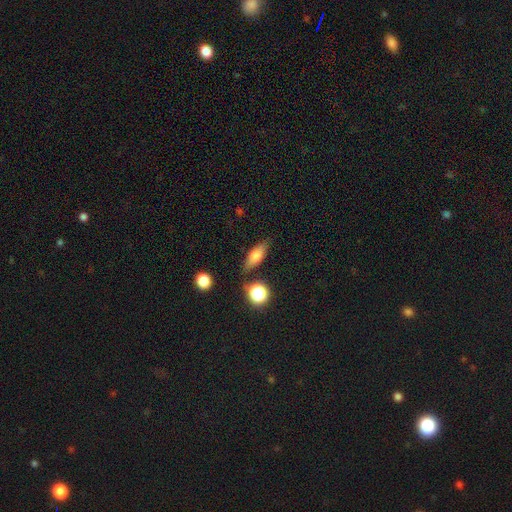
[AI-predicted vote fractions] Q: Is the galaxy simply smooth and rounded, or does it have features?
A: smooth — 69%.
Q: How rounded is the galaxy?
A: in between — 65%.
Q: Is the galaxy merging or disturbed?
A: none — 78%.